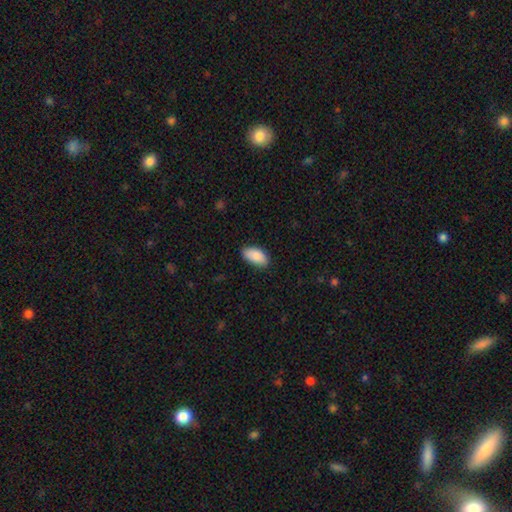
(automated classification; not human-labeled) This is clearly a smooth galaxy (88%). How rounded: clearly in between (94%). Merging: clearly none (84%).